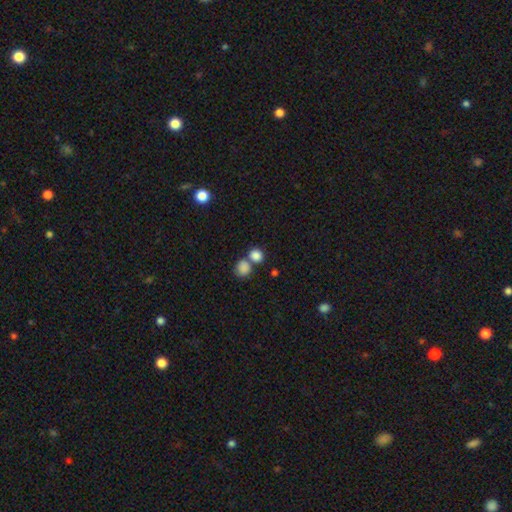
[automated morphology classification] Smooth or featured?
  - smooth: 84% *
  - star or artifact: 10%
  - featured or disk: 6%
How rounded?
  - round: 74% *
  - in between: 24%
  - cigar-shaped: 1%
Merging?
  - none: 49% *
  - merger: 40%
  - minor disturbance: 8%
  - major disturbance: 3%